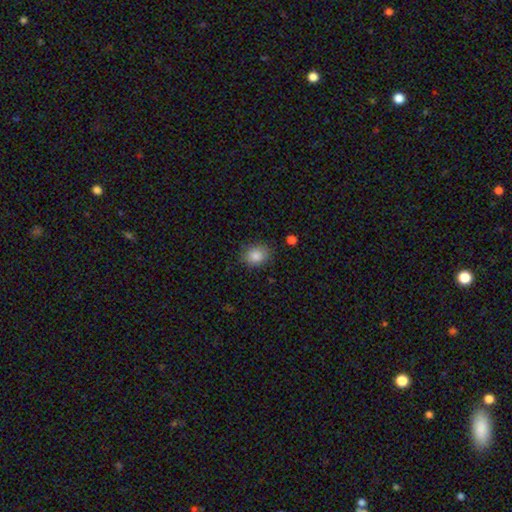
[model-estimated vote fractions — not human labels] smooth_or_featured: smooth (p=0.86) [alt: star or artifact p=0.09]
how_rounded: round (p=0.50) [alt: in between p=0.49]
merging: none (p=0.83) [alt: minor disturbance p=0.13]